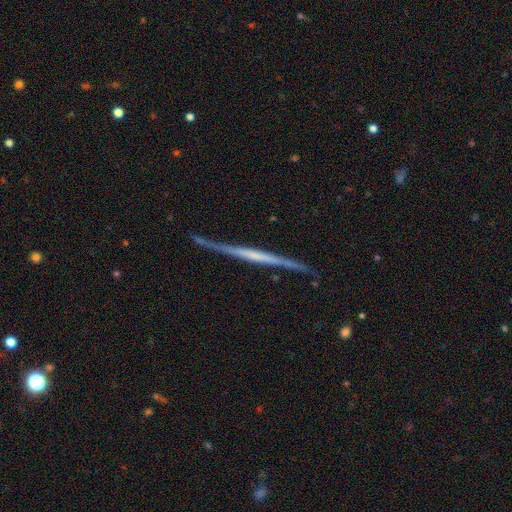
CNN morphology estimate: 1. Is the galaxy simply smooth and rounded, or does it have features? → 74% featured or disk, 20% smooth, 6% star or artifact.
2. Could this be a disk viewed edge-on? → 97% yes, 3% no.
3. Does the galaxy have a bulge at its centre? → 68% none, 16% boxy, 15% rounded.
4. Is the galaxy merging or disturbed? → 83% none, 13% minor disturbance, 3% major disturbance, 2% merger.